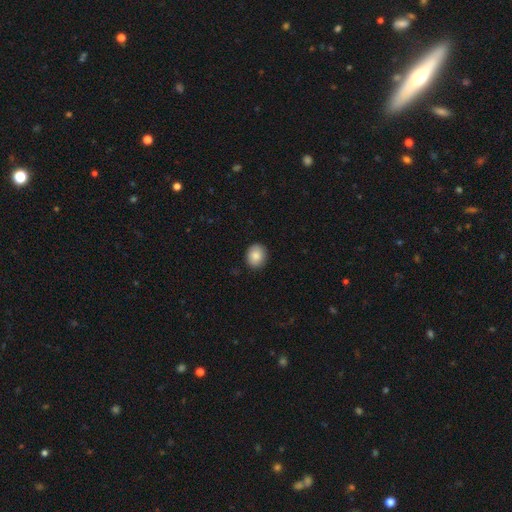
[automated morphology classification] A smooth galaxy with no disk features (86%) that is round (62%). Merging: none (89%).